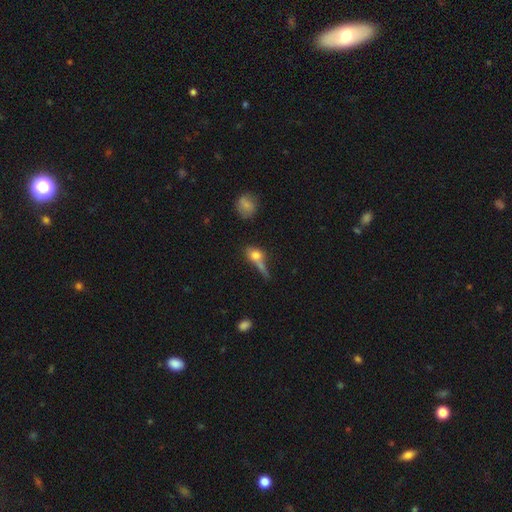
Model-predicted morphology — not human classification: Smooth or featured: smooth — 67% (featured or disk — 21%)
How rounded: in between — 44% (round — 38%)
Merging: none — 40% (merger — 27%)